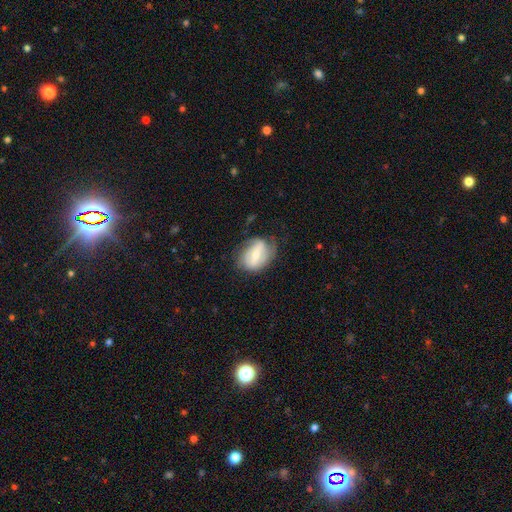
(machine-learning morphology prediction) smooth_or_featured: featured or disk (p=0.57) [alt: smooth p=0.36]
disk_edge_on: no (p=0.93) [alt: yes p=0.07]
bar: strong (p=0.51) [alt: weak p=0.36]
has_spiral_arms: yes (p=0.67) [alt: no p=0.33]
bulge_size: small (p=0.51) [alt: moderate p=0.36]
merging: none (p=0.56) [alt: minor disturbance p=0.28]